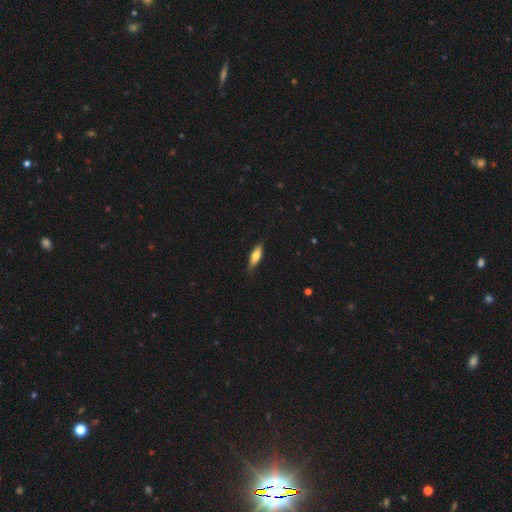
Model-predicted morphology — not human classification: This is likely a smooth galaxy (64%). How rounded: possibly cigar-shaped (50%). Merging: likely none (79%).